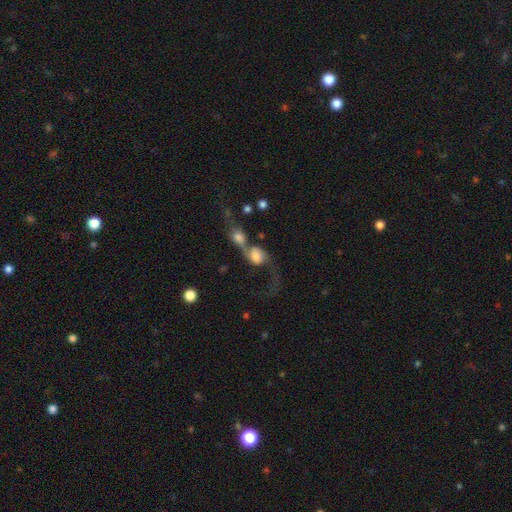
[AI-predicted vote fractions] This appears to be a featured or disk galaxy (46%). Merging: merger (74%).